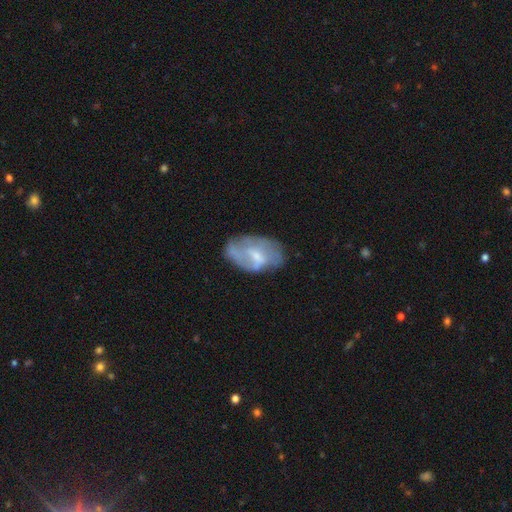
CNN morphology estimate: smooth_or_featured: featured or disk (p=0.57) [alt: smooth p=0.36]
disk_edge_on: no (p=0.96) [alt: yes p=0.04]
bar: weak (p=0.50) [alt: no p=0.36]
has_spiral_arms: yes (p=0.55) [alt: no p=0.45]
bulge_size: small (p=0.48) [alt: moderate p=0.36]
merging: none (p=0.51) [alt: minor disturbance p=0.30]